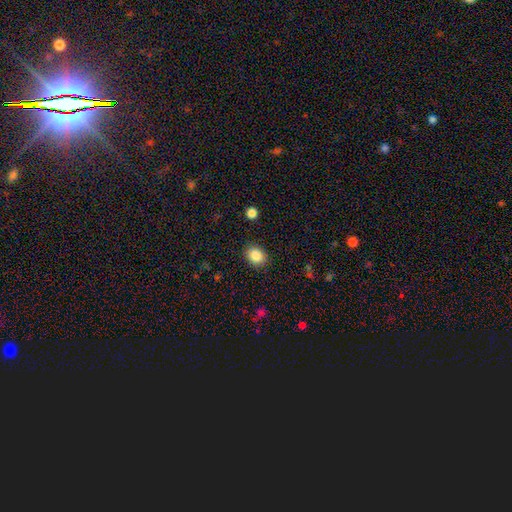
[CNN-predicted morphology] Smooth or featured? Predicted: smooth (p=0.86). How rounded? Predicted: in between (p=0.54). Merging? Predicted: none (p=0.88).